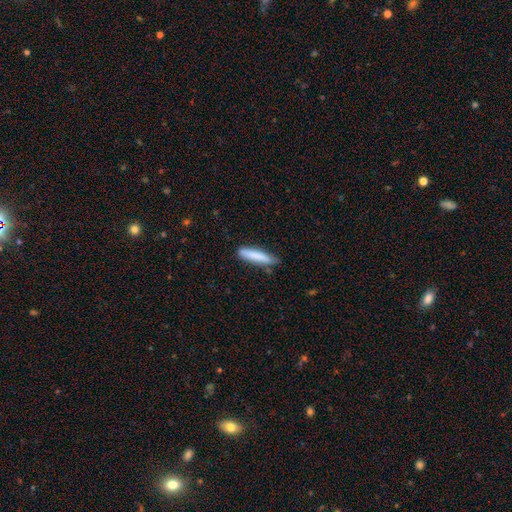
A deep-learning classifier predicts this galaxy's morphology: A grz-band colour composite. It shows a smooth galaxy with no disk features (82%) that is cigar-shaped (85%). Merging: none (74%).